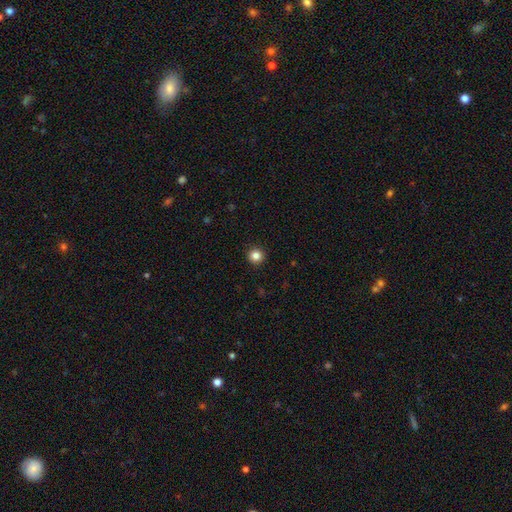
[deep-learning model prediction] A smooth galaxy with no disk features (84%) that is round (96%). Merging: none (94%).